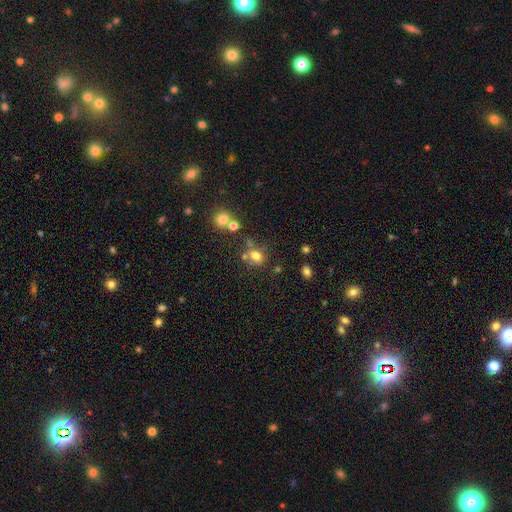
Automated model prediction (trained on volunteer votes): Overall: smooth (71%). How rounded: round (54%; in between 45%). Merging: none (53%; merger 24%).